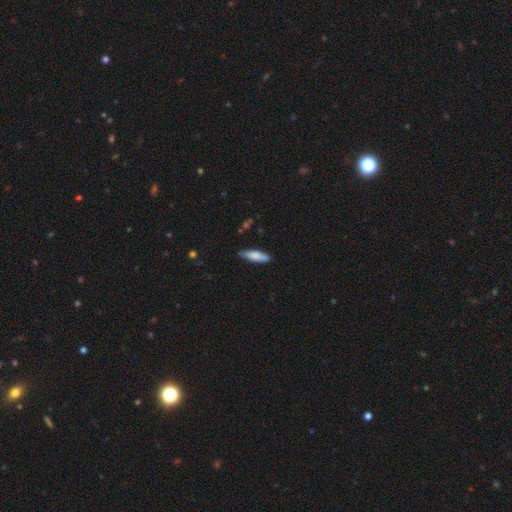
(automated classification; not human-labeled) The model was most divided on "how rounded": cigar-shaped: 63%, in between: 36%, round: 2%. More confident: merging — none (83%); smooth or featured — smooth (78%).